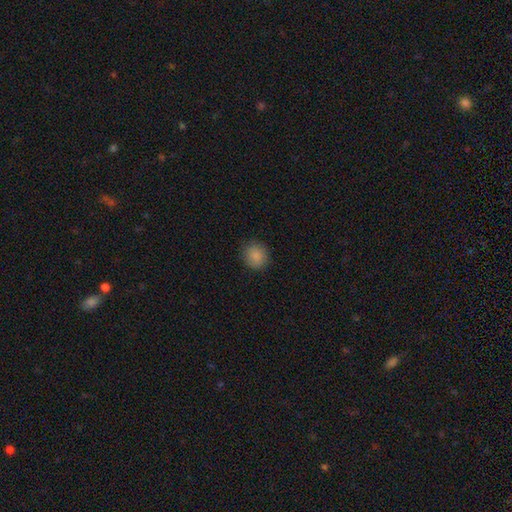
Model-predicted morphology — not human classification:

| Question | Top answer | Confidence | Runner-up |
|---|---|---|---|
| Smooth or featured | smooth | 87% | star or artifact (9%) |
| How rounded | round | 87% | in between (12%) |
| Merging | none | 85% | minor disturbance (11%) |